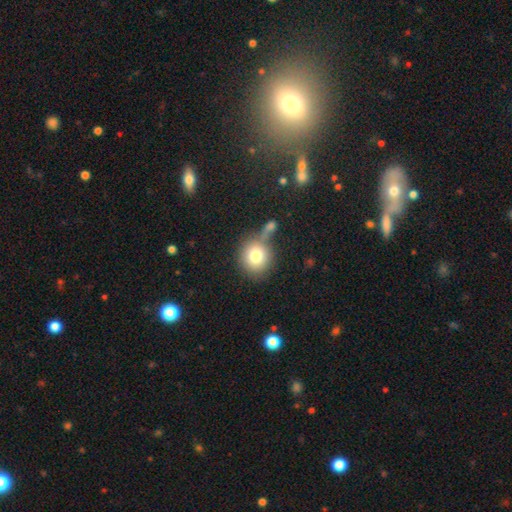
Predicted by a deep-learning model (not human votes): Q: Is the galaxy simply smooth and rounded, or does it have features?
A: smooth — 79%.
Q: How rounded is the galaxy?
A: round — 86%.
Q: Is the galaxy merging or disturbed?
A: none — 52%.